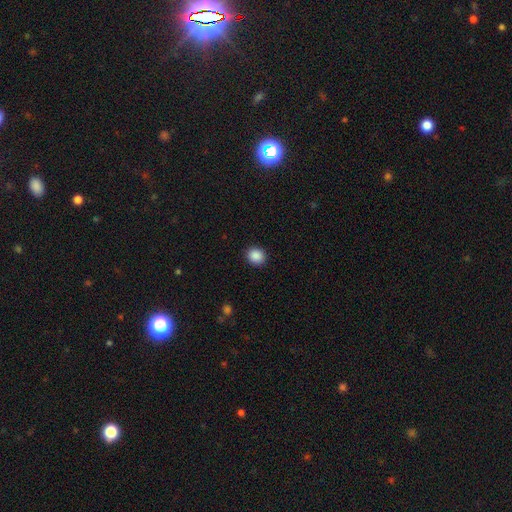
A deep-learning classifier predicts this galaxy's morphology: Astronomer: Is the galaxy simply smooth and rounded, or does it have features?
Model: smooth — 88%.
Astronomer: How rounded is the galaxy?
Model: round — 82%.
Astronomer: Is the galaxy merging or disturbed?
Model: none — 91%.